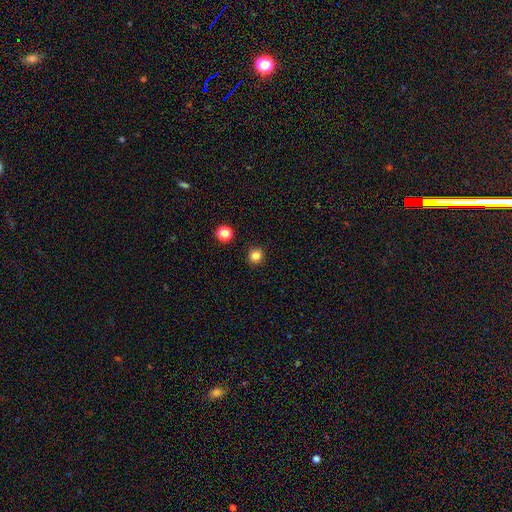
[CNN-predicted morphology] Smooth or featured: smooth — 82% (star or artifact — 13%)
How rounded: round — 94% (in between — 5%)
Merging: none — 92% (minor disturbance — 5%)